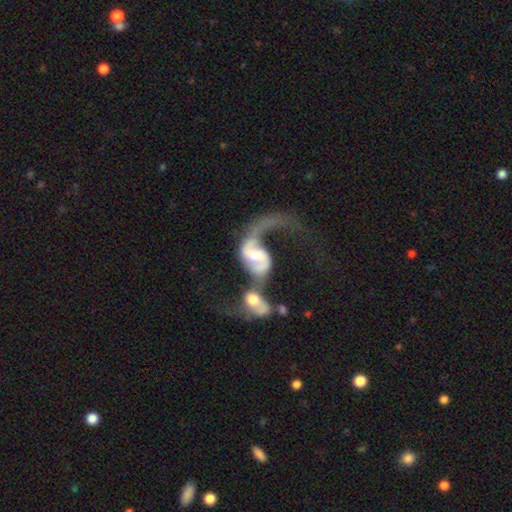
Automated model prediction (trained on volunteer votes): Morphology: type=featured or disk (78%); edge-on=no (96%); bar=weak (43%); spiral arms=yes (89%); winding=loose (78%); arm count=2 (63%); bulge=moderate (48%); merging=merger (72%).